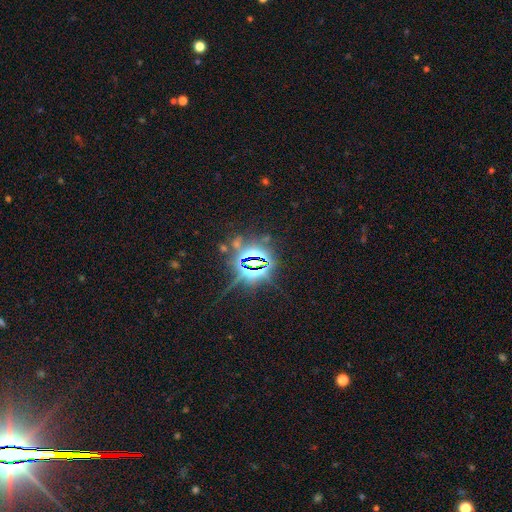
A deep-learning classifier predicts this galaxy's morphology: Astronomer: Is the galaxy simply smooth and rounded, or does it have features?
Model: star or artifact — 84%.